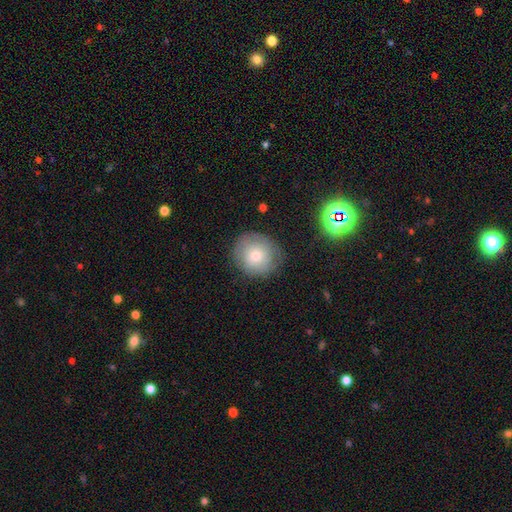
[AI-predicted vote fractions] smooth 72%, featured or disk 19%, star or artifact 8%. Down the decision tree: how rounded — round (88%); merging — none (80%).